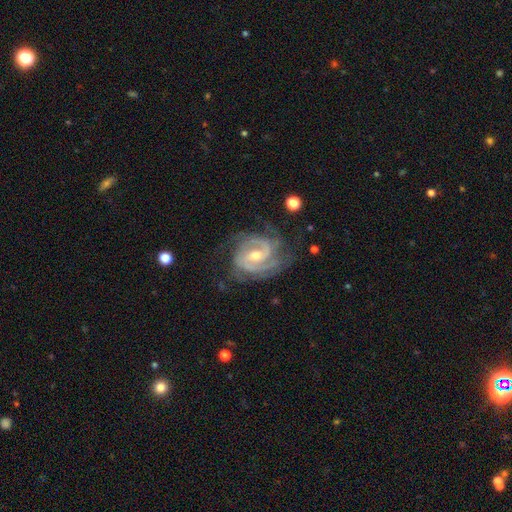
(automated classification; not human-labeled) A featured or disk galaxy (92%) with a weak bar (48%), 2 (54%) tight (58%) spiral arms (98%) and a moderate central bulge (52%).

Vote fractions:
- Smooth or featured? featured or disk: 92% / star or artifact: 4% / smooth: 3%
- Edge-on disk? no: 98% / yes: 2%
- Bar? weak: 48% / no: 30% / strong: 22%
- Spiral arms? yes: 98% / no: 2%
- Spiral winding? tight: 58% / medium: 36% / loose: 6%
- Spiral arm count? 2: 54% / 3: 25% / can't tell: 9% / 4: 5% / 1: 3% / more than 4: 3%
- Bulge size? moderate: 52% / small: 45% / large: 1% / none: 1% / dominant: 1%
- Merging? none: 69% / minor disturbance: 20% / major disturbance: 9% / merger: 1%